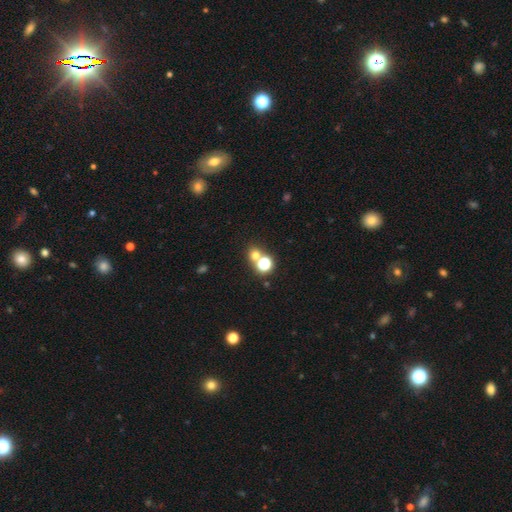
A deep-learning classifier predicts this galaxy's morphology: smooth_or_featured: smooth (p=0.61) [alt: star or artifact p=0.30]
how_rounded: round (p=0.83) [alt: in between p=0.16]
merging: none (p=0.60) [alt: merger p=0.30]